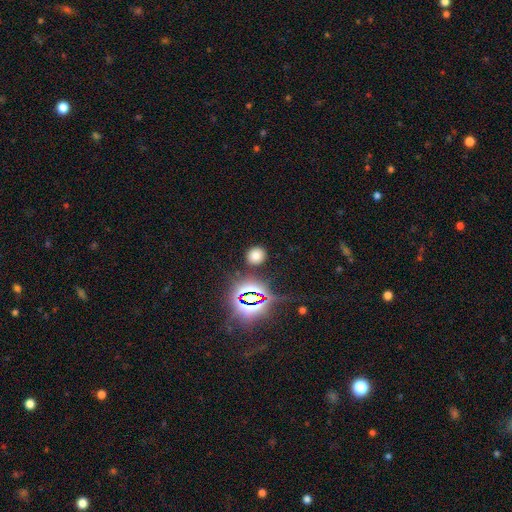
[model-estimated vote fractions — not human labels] smooth 66%, star or artifact 26%, featured or disk 8%. Down the decision tree: how rounded — round (84%); merging — none (87%).